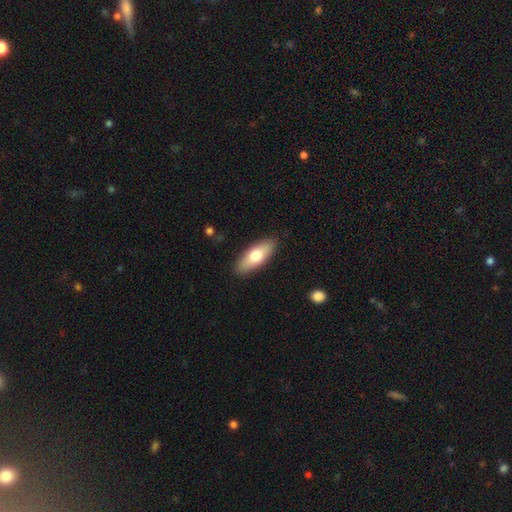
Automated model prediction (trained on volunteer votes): smooth_or_featured: smooth (p=0.70) [alt: featured or disk p=0.25]
how_rounded: in between (p=0.68) [alt: cigar-shaped p=0.30]
merging: none (p=0.89) [alt: minor disturbance p=0.08]